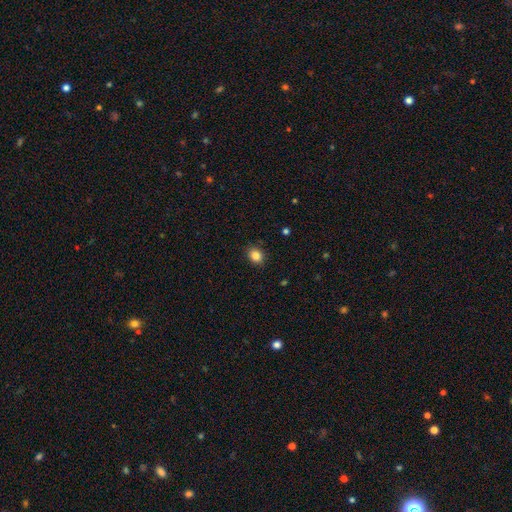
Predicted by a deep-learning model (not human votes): Morphology: type=smooth (85%); roundness=in between (51%); merging=none (88%).